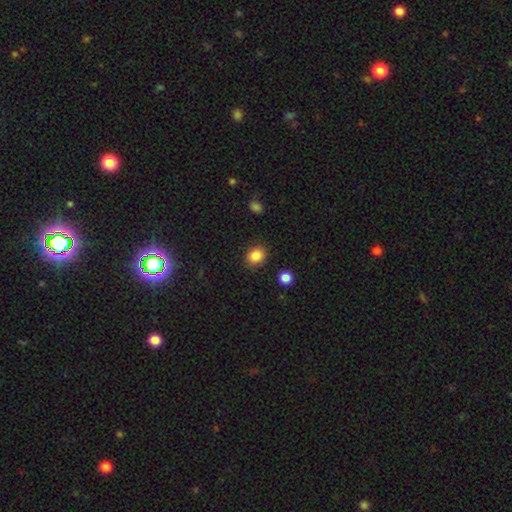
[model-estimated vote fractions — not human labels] Overall: smooth (86%). How rounded: round (61%; in between 38%). Merging: none (87%).